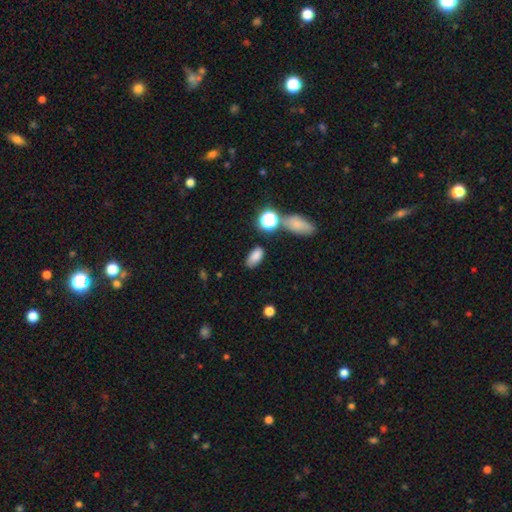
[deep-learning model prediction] Morphology: type=smooth (81%); roundness=in between (90%); merging=none (76%).